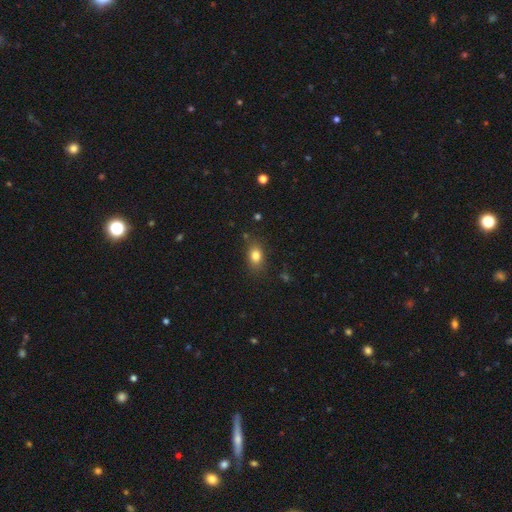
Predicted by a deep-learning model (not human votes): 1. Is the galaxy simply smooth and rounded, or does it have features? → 80% smooth, 11% star or artifact, 9% featured or disk.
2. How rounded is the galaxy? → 73% in between, 24% round, 2% cigar-shaped.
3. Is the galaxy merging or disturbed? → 81% none, 14% minor disturbance, 4% major disturbance, 2% merger.